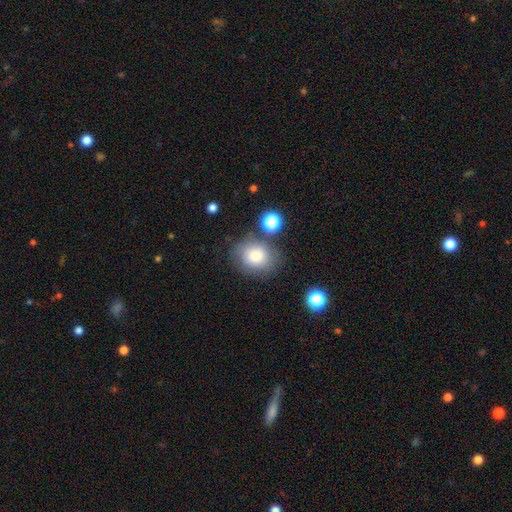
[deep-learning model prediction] Smooth or featured? Predicted: smooth (p=0.78). How rounded? Predicted: round (p=0.61). Merging? Predicted: none (p=0.71).